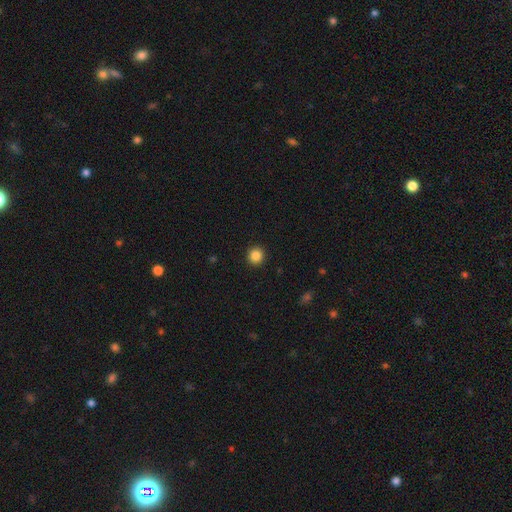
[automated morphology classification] Smooth or featured?
  - smooth: 86% *
  - star or artifact: 10%
  - featured or disk: 4%
How rounded?
  - round: 93% *
  - in between: 6%
  - cigar-shaped: 1%
Merging?
  - none: 93% *
  - minor disturbance: 4%
  - major disturbance: 2%
  - merger: 1%